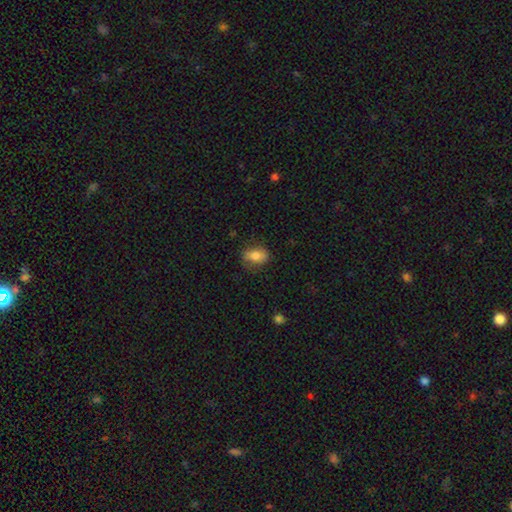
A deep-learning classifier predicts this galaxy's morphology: Smooth or featured?
  - smooth: 75% *
  - featured or disk: 17%
  - star or artifact: 8%
How rounded?
  - in between: 80% *
  - round: 16%
  - cigar-shaped: 4%
Merging?
  - none: 75% *
  - minor disturbance: 18%
  - major disturbance: 6%
  - merger: 1%